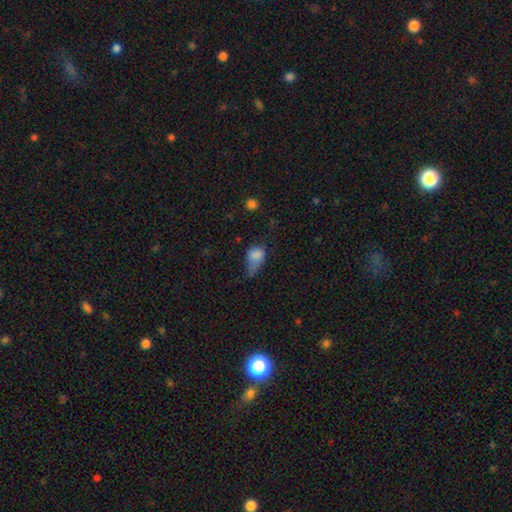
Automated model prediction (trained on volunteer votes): smooth 77%, featured or disk 12%, star or artifact 11%. Down the decision tree: how rounded — in between (77%); merging — major disturbance (40%).